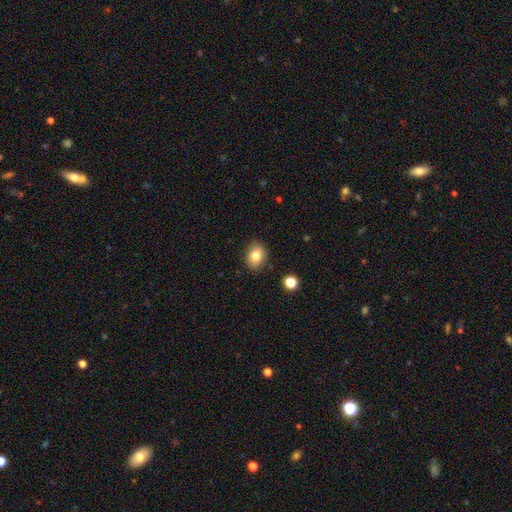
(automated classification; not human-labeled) Smooth or featured? Predicted: smooth (p=0.81). How rounded? Predicted: in between (p=0.59). Merging? Predicted: none (p=0.87).